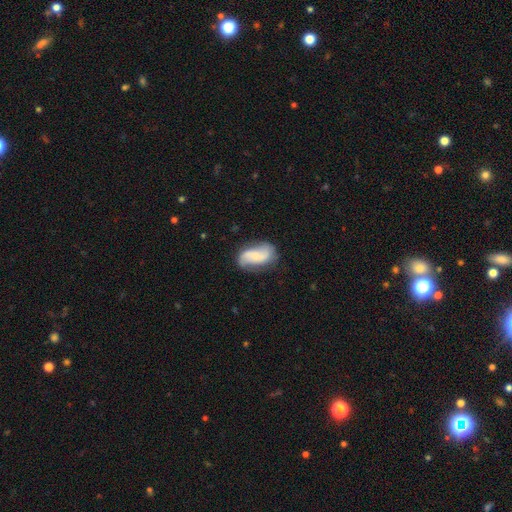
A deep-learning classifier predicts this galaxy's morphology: Q: Smooth or featured?
A: featured or disk (61%); runner-up: smooth (33%)
Q: Edge-on disk?
A: no (96%); runner-up: yes (4%)
Q: Bar?
A: no (56%); runner-up: weak (33%)
Q: Spiral arms?
A: yes (89%); runner-up: no (11%)
Q: Spiral winding?
A: loose (48%); runner-up: medium (36%)
Q: Spiral arm count?
A: 2 (86%); runner-up: can't tell (7%)
Q: Bulge size?
A: small (50%); runner-up: moderate (24%)
Q: Merging?
A: none (64%); runner-up: minor disturbance (23%)